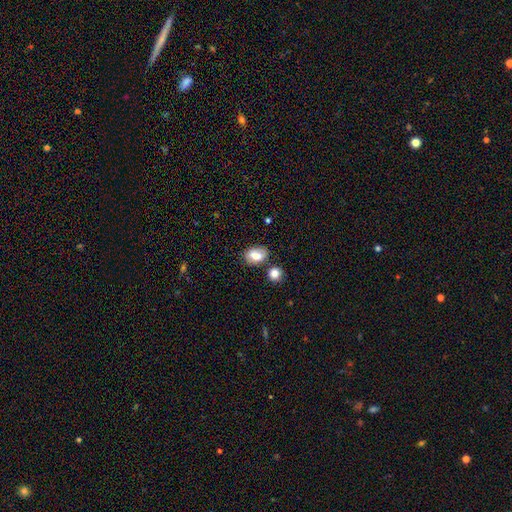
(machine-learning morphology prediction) smooth_or_featured: smooth (p=0.74) [alt: featured or disk p=0.17]
how_rounded: in between (p=0.75) [alt: round p=0.23]
merging: none (p=0.68) [alt: minor disturbance p=0.16]